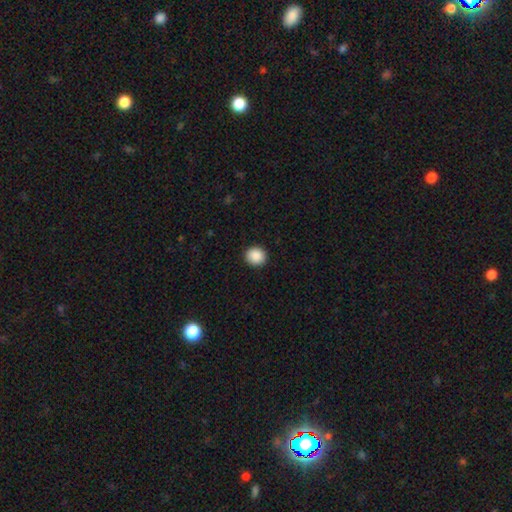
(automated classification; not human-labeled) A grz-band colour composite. It shows a smooth galaxy with no disk features (89%) that is round (87%). Merging: none (92%).